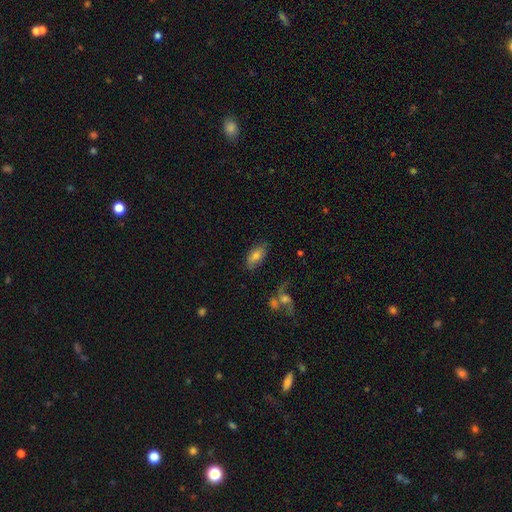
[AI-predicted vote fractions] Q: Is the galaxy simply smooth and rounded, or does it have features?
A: smooth — 69%.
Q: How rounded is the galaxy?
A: in between — 89%.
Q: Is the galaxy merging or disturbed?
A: none — 73%.